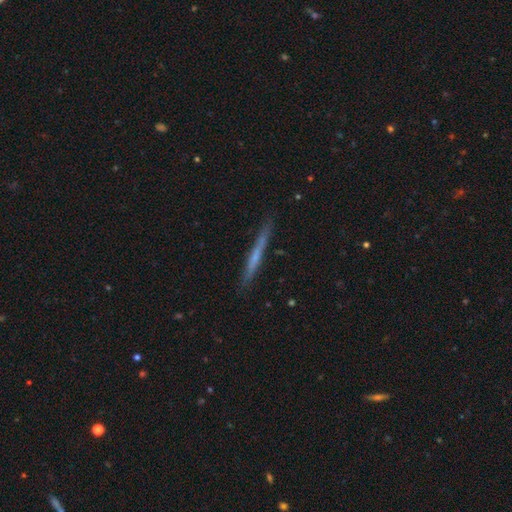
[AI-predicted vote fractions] Morphology: type=featured or disk (49%); merging=none (87%).